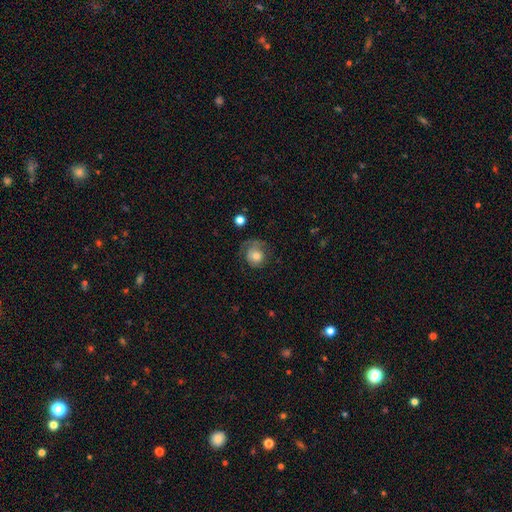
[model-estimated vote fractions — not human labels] Smooth or featured: smooth — 57% (featured or disk — 35%)
How rounded: round — 82% (in between — 17%)
Merging: none — 52% (minor disturbance — 23%)